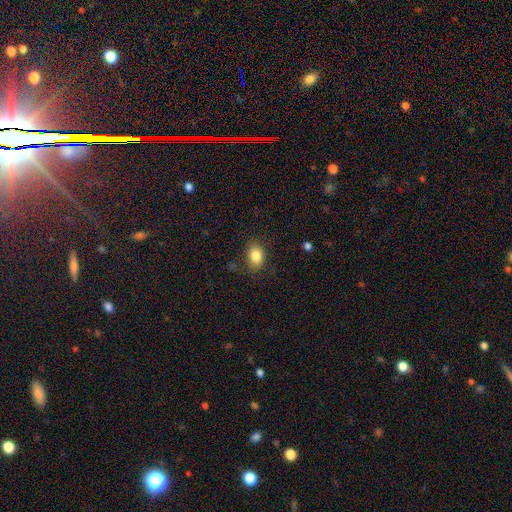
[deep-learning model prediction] smooth 84%, star or artifact 9%, featured or disk 7%. Down the decision tree: how rounded — in between (73%); merging — none (79%).